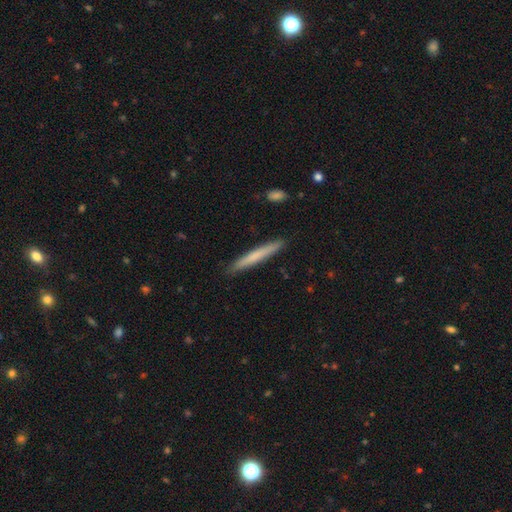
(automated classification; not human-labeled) Q: Smooth or featured?
A: smooth (67%); runner-up: featured or disk (27%)
Q: How rounded?
A: cigar-shaped (97%); runner-up: in between (2%)
Q: Merging?
A: none (91%); runner-up: minor disturbance (7%)